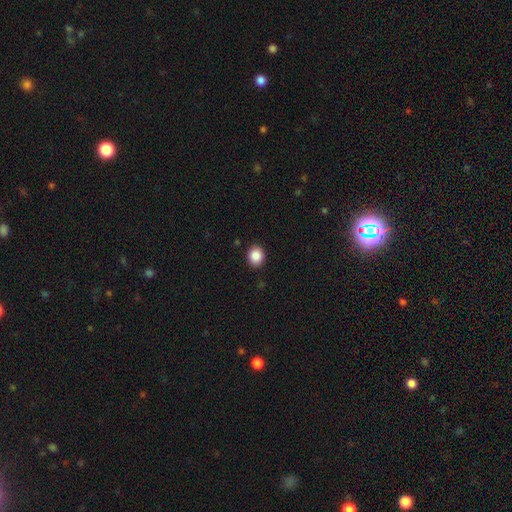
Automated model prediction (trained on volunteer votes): Smooth or featured? smooth (88%)
How rounded? round (70%)
Merging? none (90%)